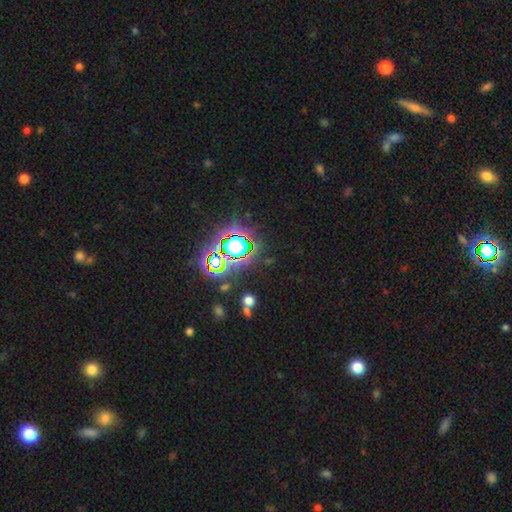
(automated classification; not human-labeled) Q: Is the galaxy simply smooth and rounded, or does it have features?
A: star or artifact — 81%.